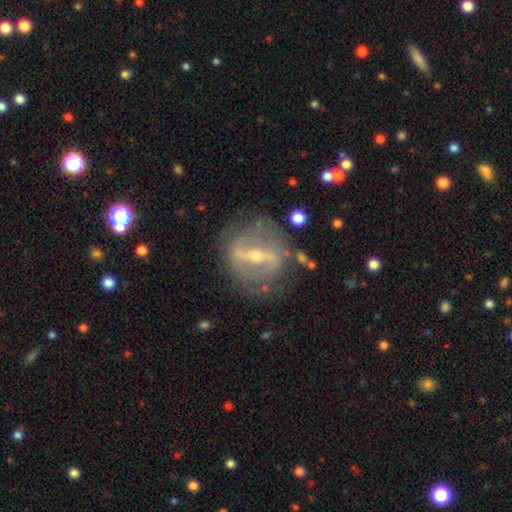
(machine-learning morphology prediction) Smooth or featured?
  - featured or disk: 84% *
  - smooth: 10%
  - star or artifact: 6%
Edge-on disk?
  - no: 86% *
  - yes: 14%
Bar?
  - strong: 77% *
  - weak: 17%
  - no: 6%
Spiral arms?
  - yes: 61% *
  - no: 39%
Bulge size?
  - moderate: 50% *
  - small: 46%
  - large: 2%
  - none: 1%
  - dominant: 1%
Merging?
  - none: 71% *
  - minor disturbance: 16%
  - major disturbance: 10%
  - merger: 2%